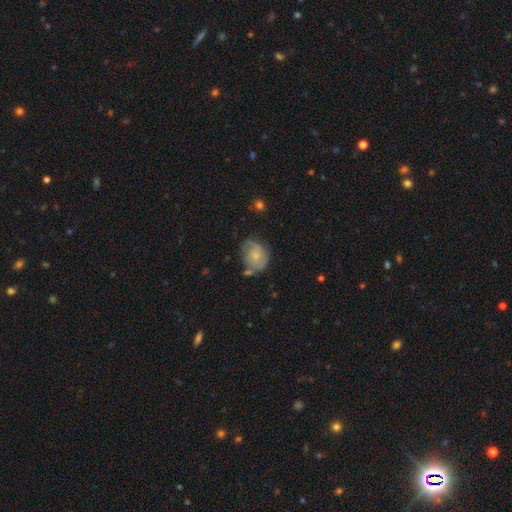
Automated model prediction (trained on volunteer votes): A smooth galaxy with no disk features (60%) that is round (53%).

Vote fractions:
- Smooth or featured? smooth: 60% / featured or disk: 32% / star or artifact: 8%
- How rounded? round: 53% / in between: 46% / cigar-shaped: 1%
- Merging? none: 47% / minor disturbance: 32% / major disturbance: 13% / merger: 8%